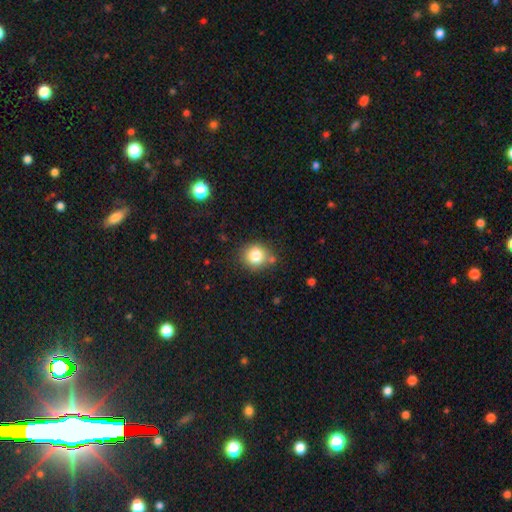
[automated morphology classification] smooth_or_featured: smooth (p=0.81) [alt: star or artifact p=0.11]
how_rounded: round (p=0.86) [alt: in between p=0.14]
merging: none (p=0.77) [alt: minor disturbance p=0.13]